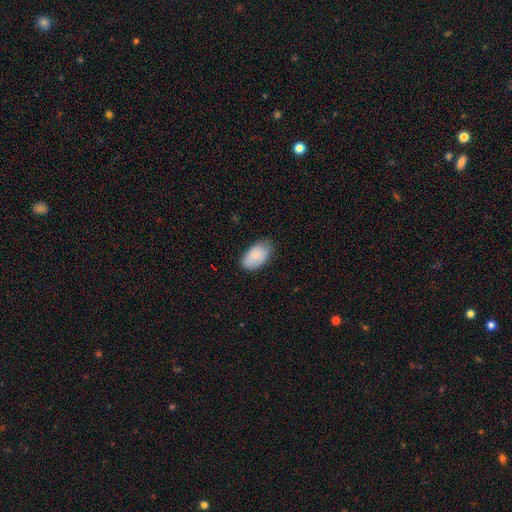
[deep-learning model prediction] The model was most divided on "merging": none: 76%, minor disturbance: 20%, major disturbance: 3%, merger: 1%. More confident: how rounded — in between (94%); smooth or featured — smooth (83%).